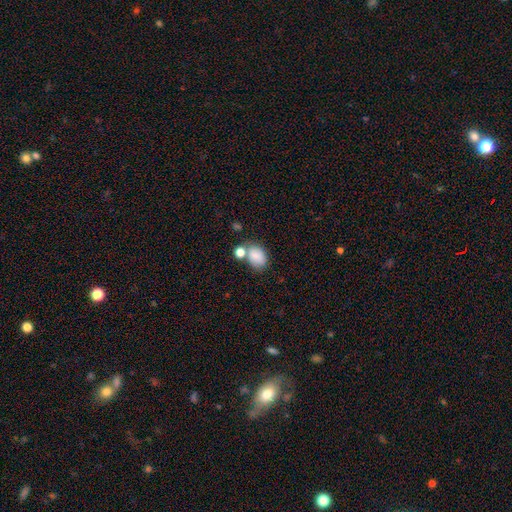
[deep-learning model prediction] Smooth or featured: smooth — 82% (featured or disk — 9%)
How rounded: in between — 67% (round — 32%)
Merging: none — 53% (merger — 25%)